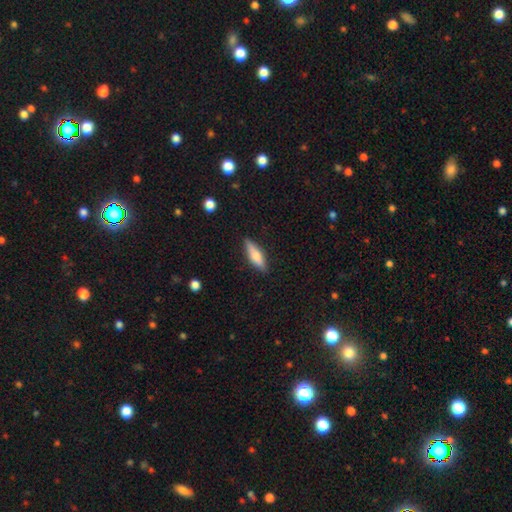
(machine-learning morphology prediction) smooth_or_featured: smooth (p=0.66) [alt: featured or disk p=0.28]
how_rounded: cigar-shaped (p=0.57) [alt: in between p=0.40]
merging: none (p=0.85) [alt: minor disturbance p=0.11]